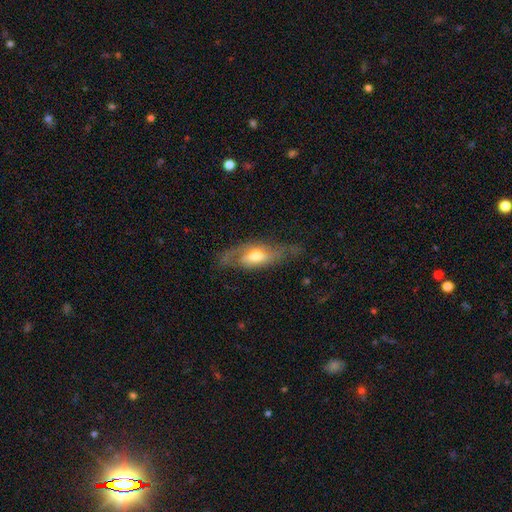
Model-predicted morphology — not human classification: Smooth or featured: featured or disk — 63% (smooth — 30%)
Edge-on disk: no — 68% (yes — 32%)
Merging: none — 61% (minor disturbance — 24%)